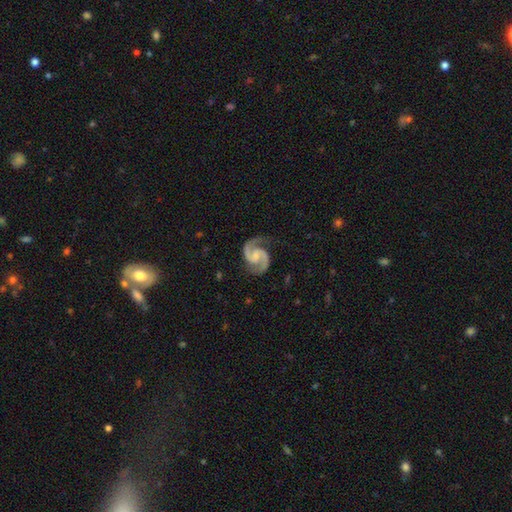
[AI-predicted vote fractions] A featured or disk galaxy (93%) with a weak bar (44%), 2 (95%) medium (64%) spiral arms (99%) and no central bulge (45%).

Vote fractions:
- Smooth or featured? featured or disk: 93% / star or artifact: 4% / smooth: 3%
- Edge-on disk? no: 98% / yes: 2%
- Bar? weak: 44% / no: 42% / strong: 14%
- Spiral arms? yes: 99% / no: 1%
- Spiral winding? medium: 64% / tight: 21% / loose: 16%
- Spiral arm count? 2: 95% / can't tell: 1% / 3: 1% / 1: 1% / 4: 1% / more than 4: 1%
- Bulge size? none: 45% / small: 30% / moderate: 21% / large: 3% / dominant: 1%
- Merging? none: 80% / minor disturbance: 14% / major disturbance: 5% / merger: 1%